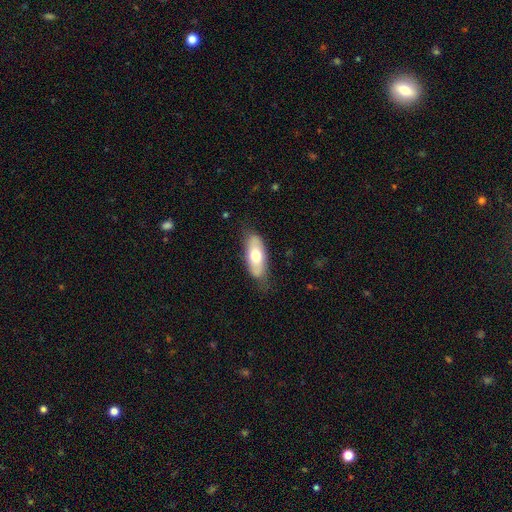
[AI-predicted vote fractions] smooth-or-featured: smooth: 62% | featured or disk: 32% | star or artifact: 6%
  how-rounded: in between: 81% | cigar-shaped: 17% | round: 3%
  merging: none: 74% | minor disturbance: 20% | major disturbance: 5% | merger: 1%